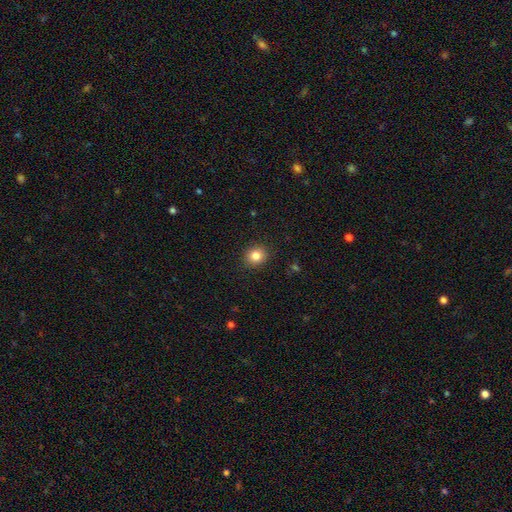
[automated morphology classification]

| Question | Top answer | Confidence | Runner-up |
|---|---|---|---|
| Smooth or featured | smooth | 83% | star or artifact (11%) |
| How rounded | round | 82% | in between (17%) |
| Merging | none | 91% | minor disturbance (6%) |